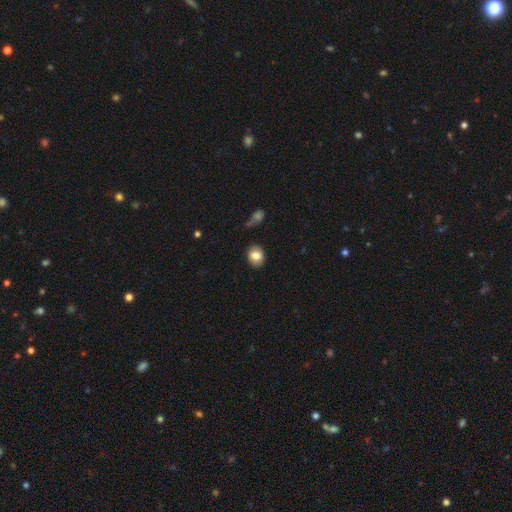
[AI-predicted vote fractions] smooth 82%, featured or disk 10%, star or artifact 8%. Down the decision tree: how rounded — round (51%); merging — none (82%).